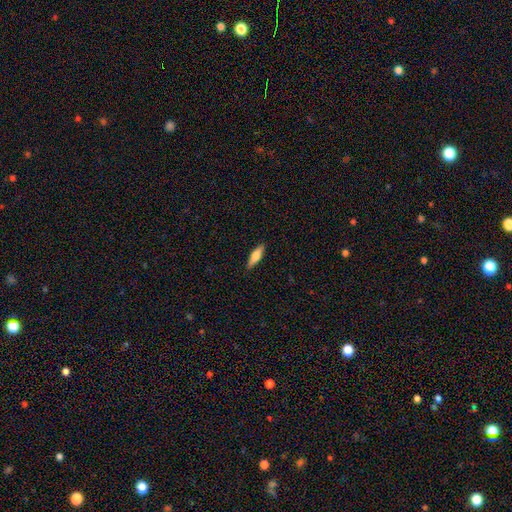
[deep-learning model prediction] Smooth or featured? Predicted: smooth (p=0.57). How rounded? Predicted: cigar-shaped (p=0.60). Merging? Predicted: none (p=0.89).